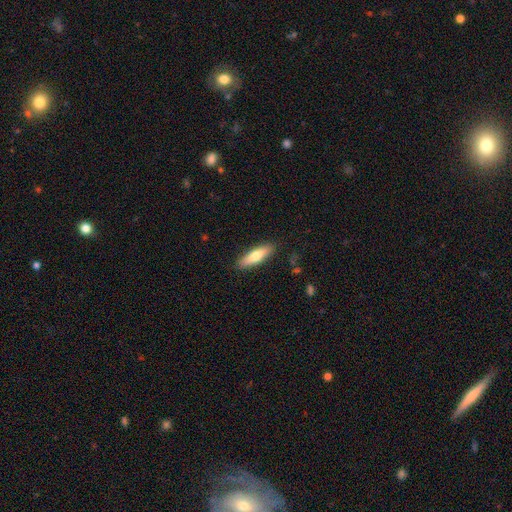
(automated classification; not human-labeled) Q: Smooth or featured?
A: smooth (70%); runner-up: featured or disk (24%)
Q: How rounded?
A: cigar-shaped (59%); runner-up: in between (40%)
Q: Merging?
A: none (87%); runner-up: minor disturbance (9%)